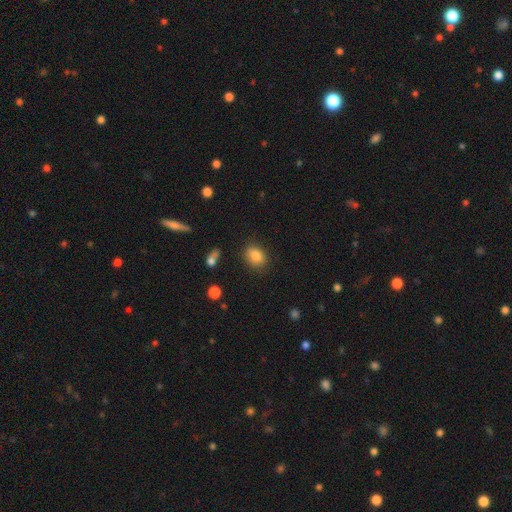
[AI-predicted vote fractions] A smooth galaxy with no disk features (84%) that is in between round and cigar-shaped (72%).

Vote fractions:
- Smooth or featured? smooth: 84% / star or artifact: 10% / featured or disk: 6%
- How rounded? in between: 72% / round: 27% / cigar-shaped: 2%
- Merging? none: 79% / minor disturbance: 15% / major disturbance: 4% / merger: 2%